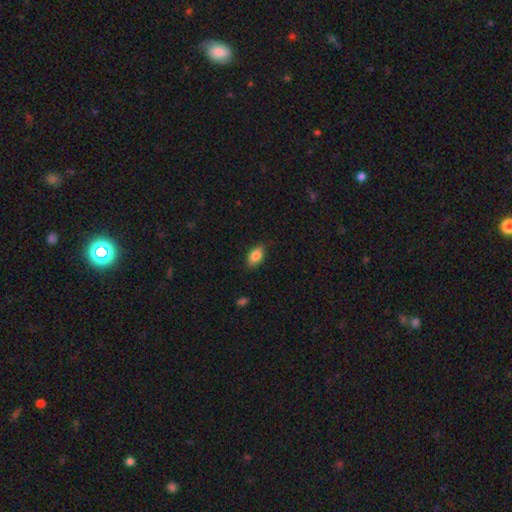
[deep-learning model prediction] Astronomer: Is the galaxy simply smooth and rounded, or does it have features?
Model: smooth — 83%.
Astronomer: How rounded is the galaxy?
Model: in between — 88%.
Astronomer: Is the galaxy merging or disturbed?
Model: none — 82%.